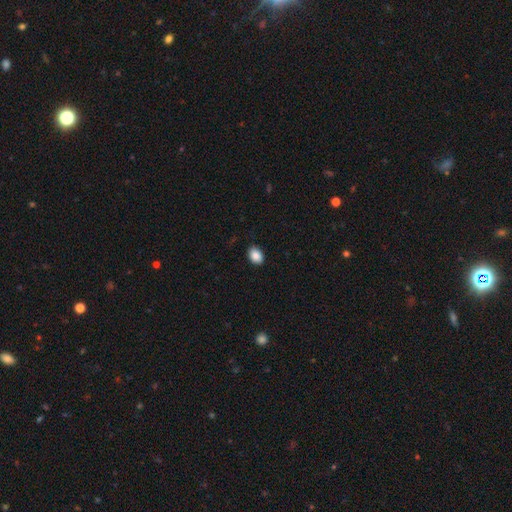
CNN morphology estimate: smooth-or-featured: smooth: 89% | star or artifact: 8% | featured or disk: 4%
  how-rounded: in between: 74% | round: 24% | cigar-shaped: 1%
  merging: none: 88% | minor disturbance: 9% | major disturbance: 2% | merger: 1%